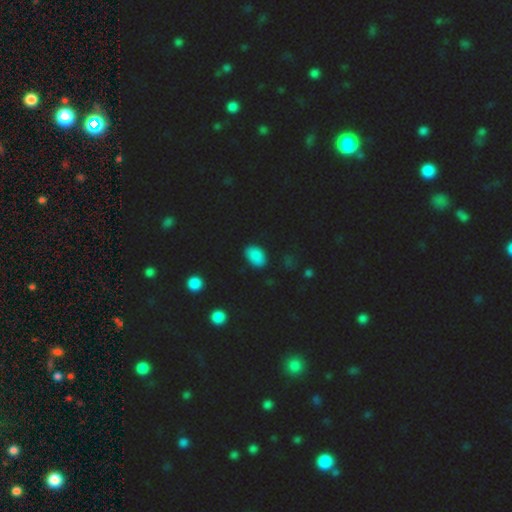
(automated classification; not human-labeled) Morphology: type=smooth (82%); roundness=in between (87%); merging=none (84%).